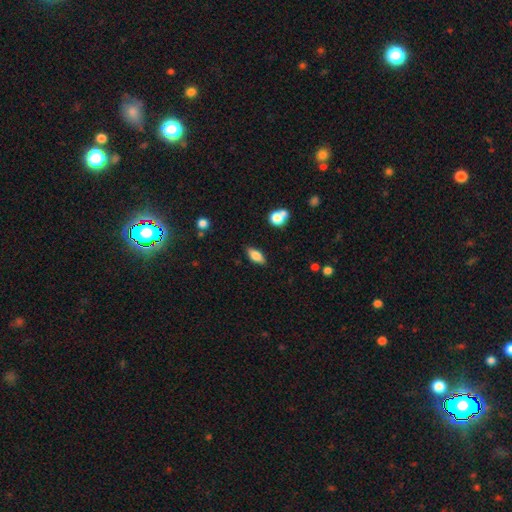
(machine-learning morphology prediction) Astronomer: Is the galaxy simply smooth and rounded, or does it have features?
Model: smooth — 76%.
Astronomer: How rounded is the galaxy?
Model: in between — 82%.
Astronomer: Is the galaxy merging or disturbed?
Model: none — 84%.